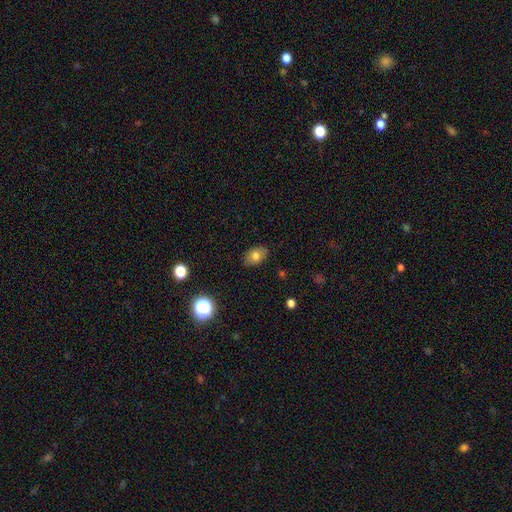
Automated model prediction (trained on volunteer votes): Smooth or featured?
  - smooth: 76% *
  - featured or disk: 14%
  - star or artifact: 10%
How rounded?
  - in between: 83% *
  - round: 16%
  - cigar-shaped: 1%
Merging?
  - none: 85% *
  - minor disturbance: 12%
  - major disturbance: 2%
  - merger: 1%